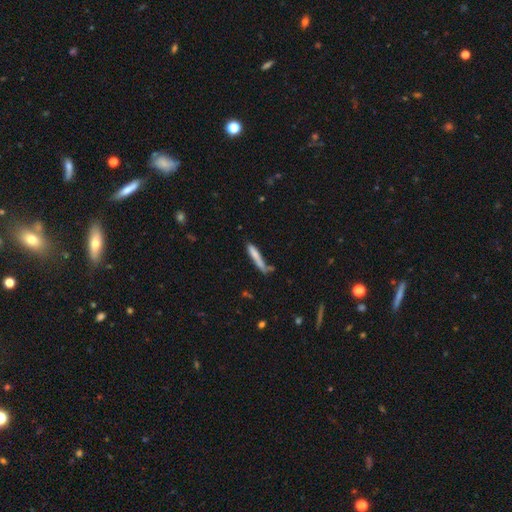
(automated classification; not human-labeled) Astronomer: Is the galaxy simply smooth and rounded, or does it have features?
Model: smooth — 74%.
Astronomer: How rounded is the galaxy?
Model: cigar-shaped — 92%.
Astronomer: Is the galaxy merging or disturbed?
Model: none — 61%.